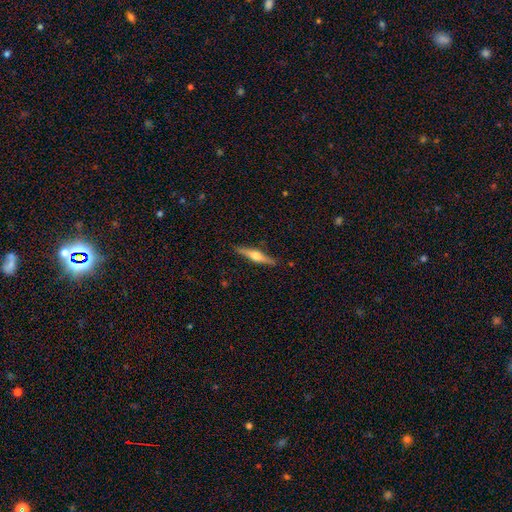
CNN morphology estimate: type=featured or disk (64%); edge-on=yes (97%); edge-on bulge=rounded (92%); merging=none (89%).